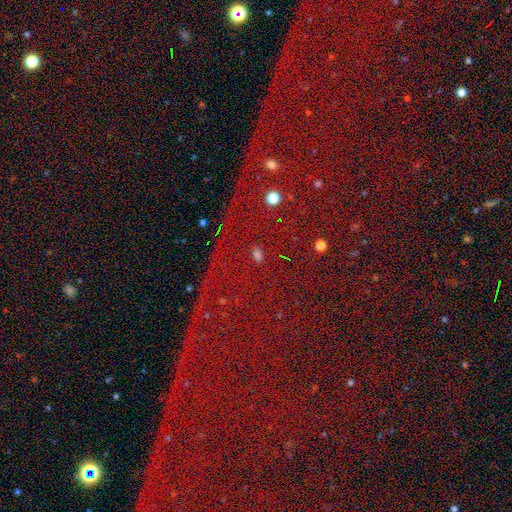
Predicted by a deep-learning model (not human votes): This appears to be a star or artifact, not a galaxy (86%).